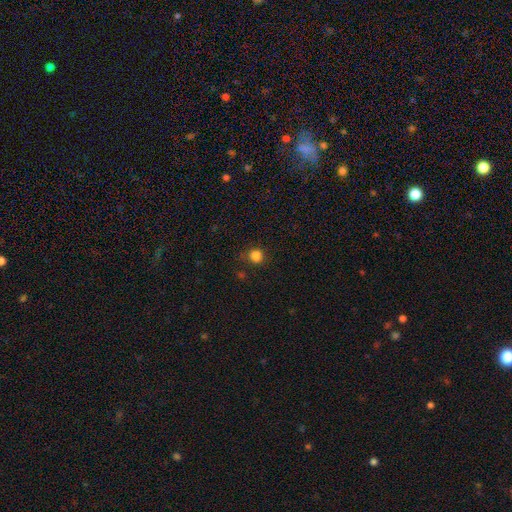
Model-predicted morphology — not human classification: The model was most divided on "merging": none: 69%, minor disturbance: 18%, merger: 7%, major disturbance: 7%. More confident: how rounded — round (81%); smooth or featured — smooth (80%).